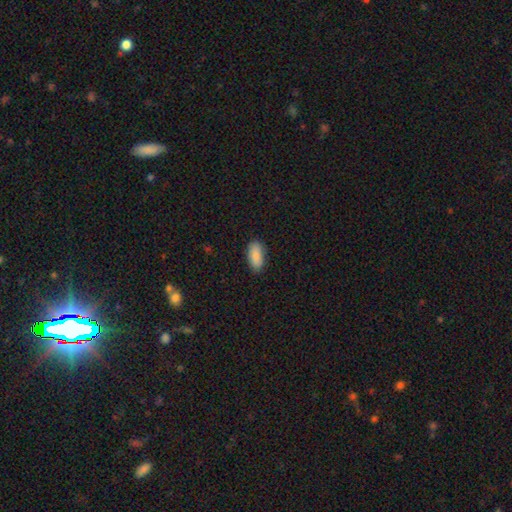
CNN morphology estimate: Smooth or featured? smooth (89%)
How rounded? in between (88%)
Merging? none (86%)